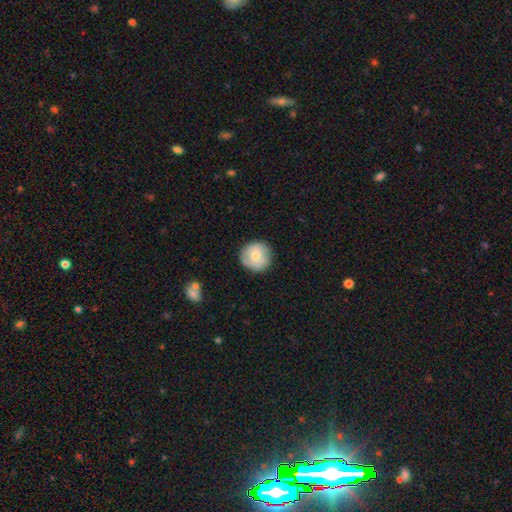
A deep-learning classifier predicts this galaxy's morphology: Smooth or featured? smooth (73%)
How rounded? round (94%)
Merging? none (85%)